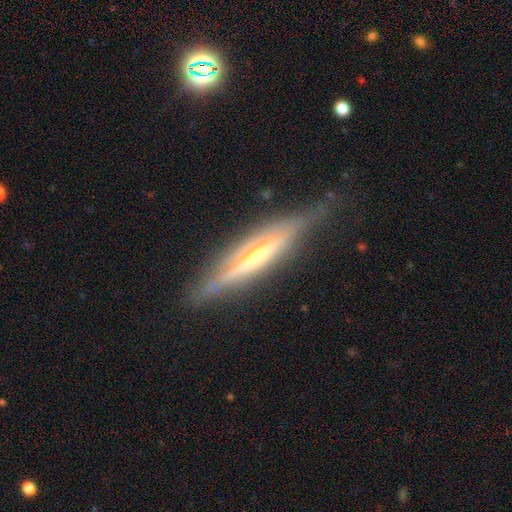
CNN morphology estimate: The model was most divided on "edge-on bulge": rounded: 68%, none: 19%, boxy: 13%. More confident: edge-on disk — yes (92%); smooth or featured — featured or disk (77%); merging — none (75%).